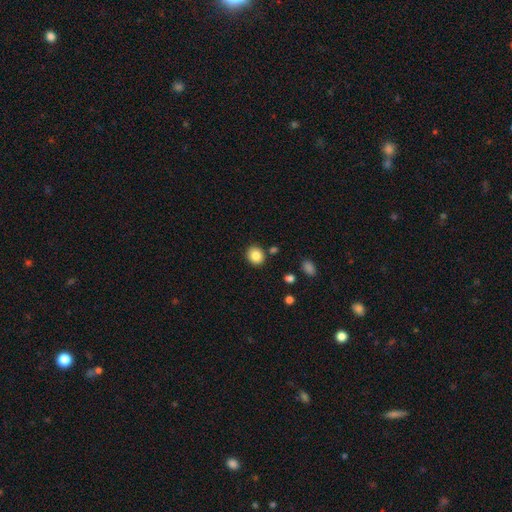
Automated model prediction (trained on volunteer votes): Morphology: type=smooth (85%); roundness=round (80%); merging=none (86%).